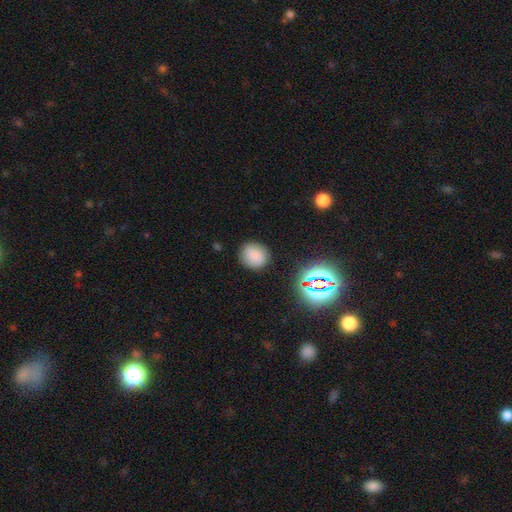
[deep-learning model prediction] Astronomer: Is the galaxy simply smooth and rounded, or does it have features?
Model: smooth — 76%.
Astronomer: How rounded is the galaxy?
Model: round — 78%.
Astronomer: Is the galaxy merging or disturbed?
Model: none — 85%.